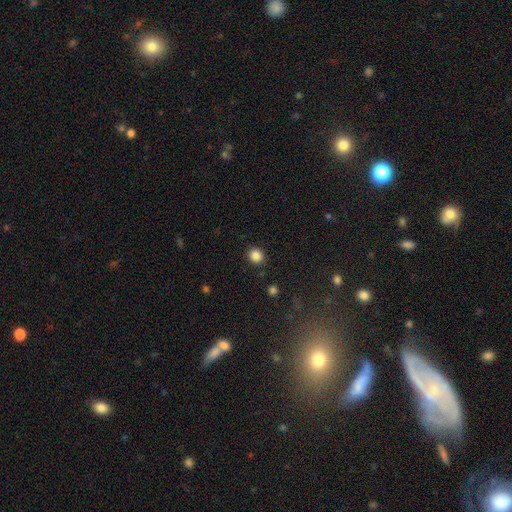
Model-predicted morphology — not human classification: smooth-or-featured: smooth: 86% | star or artifact: 11% | featured or disk: 4%
  how-rounded: round: 79% | in between: 20% | cigar-shaped: 1%
  merging: none: 89% | minor disturbance: 7% | major disturbance: 2% | merger: 2%